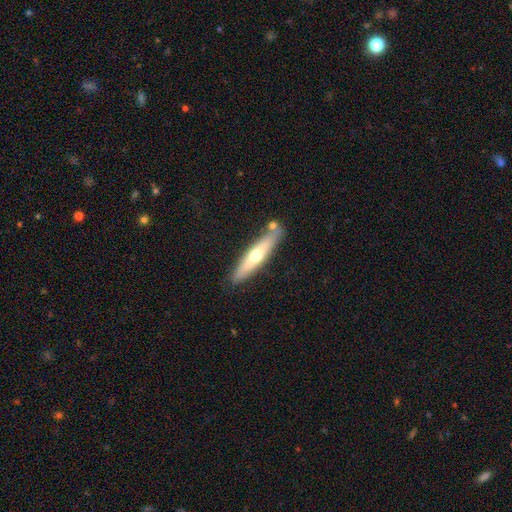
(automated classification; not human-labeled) A smooth galaxy with no disk features (49%).

Vote fractions:
- Smooth or featured? smooth: 49% / featured or disk: 45% / star or artifact: 6%
- Merging? none: 79% / minor disturbance: 11% / merger: 8% / major disturbance: 2%